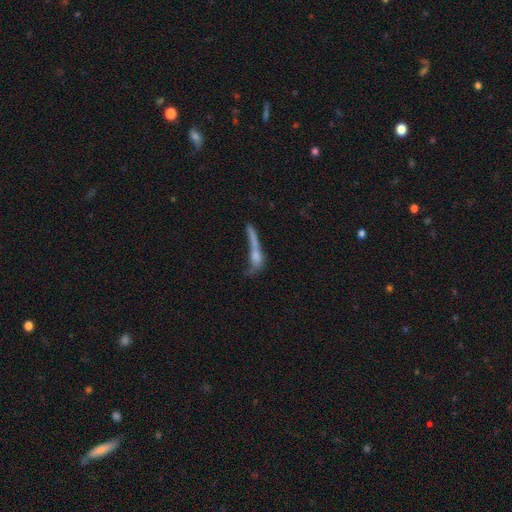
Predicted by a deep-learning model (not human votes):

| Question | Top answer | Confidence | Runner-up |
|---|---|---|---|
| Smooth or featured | smooth | 46% | featured or disk (40%) |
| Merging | major disturbance | 31% | merger (30%) |